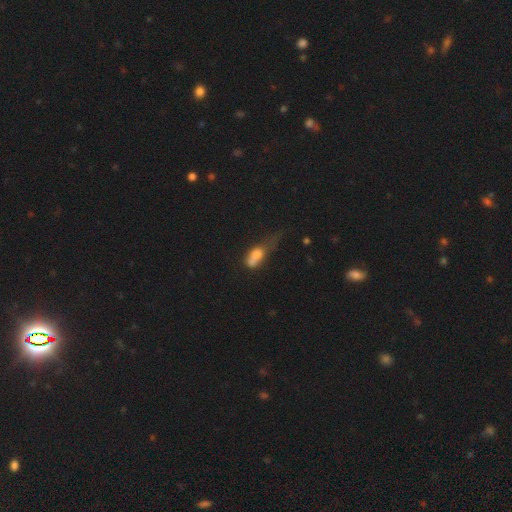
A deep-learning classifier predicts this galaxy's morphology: This is likely a smooth galaxy (69%). How rounded: likely in between (73%). Merging: marginally major disturbance (40%).